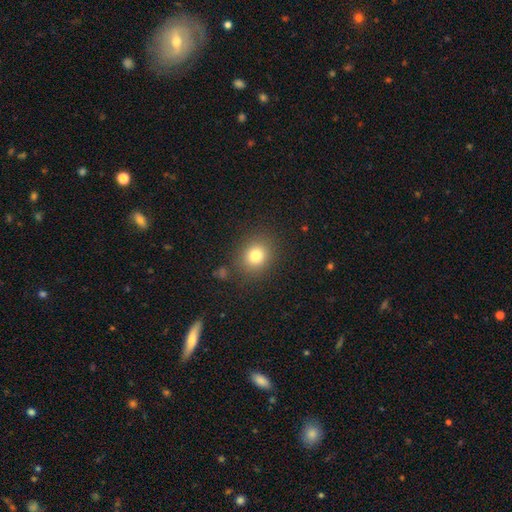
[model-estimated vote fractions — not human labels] A smooth galaxy with no disk features (79%) that is round (74%). Merging: none (84%).